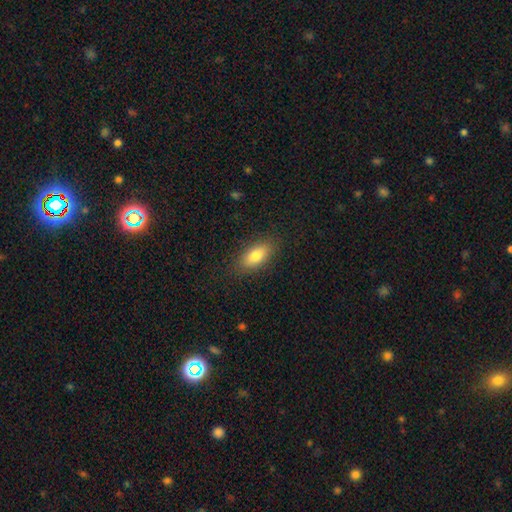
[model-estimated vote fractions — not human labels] Smooth or featured? smooth (79%)
How rounded? in between (85%)
Merging? none (85%)